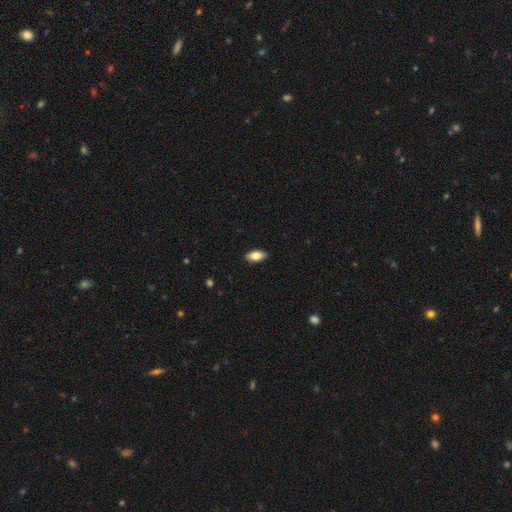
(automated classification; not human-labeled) smooth 81%, featured or disk 12%, star or artifact 7%. Down the decision tree: how rounded — in between (90%); merging — none (89%).